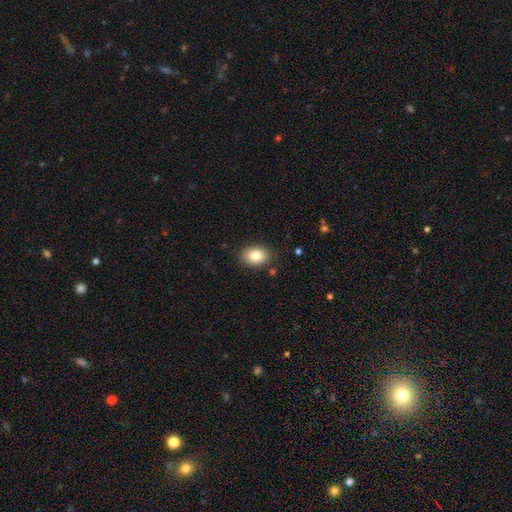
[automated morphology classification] type=smooth (83%); roundness=in between (73%); merging=none (85%).